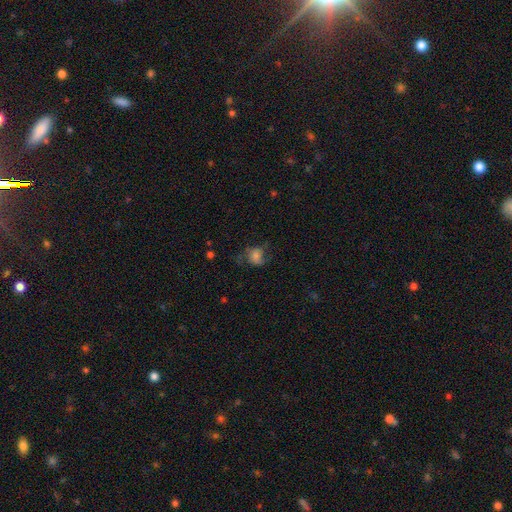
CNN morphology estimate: Overall: smooth (53%; featured or disk 35%). How rounded: round (63%; in between 36%). Merging: none (52%; minor disturbance 25%).